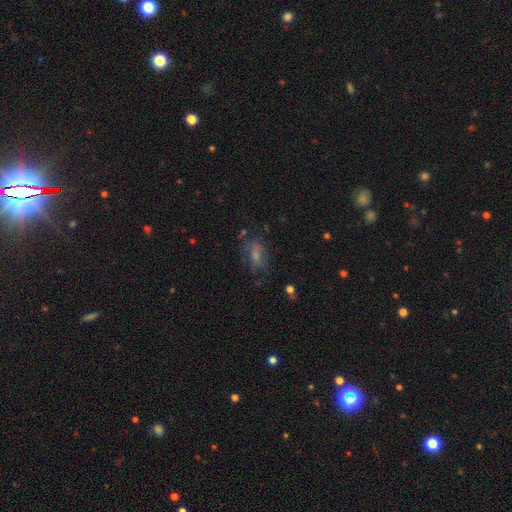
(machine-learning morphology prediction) Smooth or featured? smooth (43%)
Merging? none (61%)